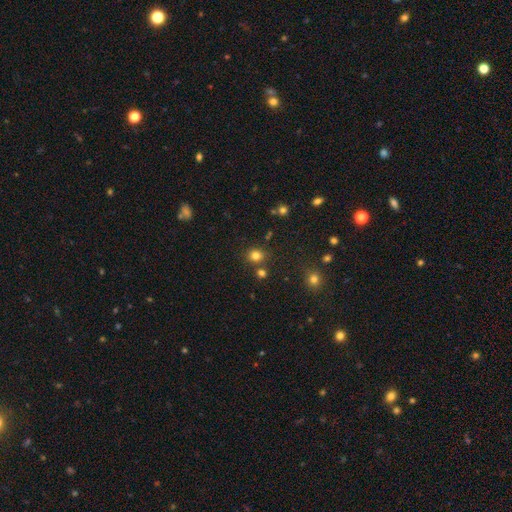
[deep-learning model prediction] Overall: smooth (79%). How rounded: round (76%). Merging: none (77%).